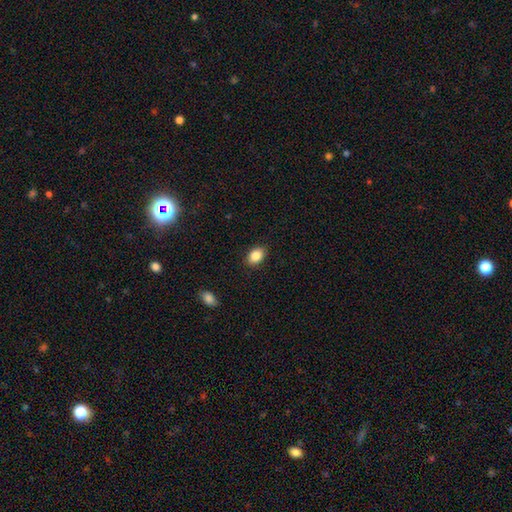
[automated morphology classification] Q: Smooth or featured?
A: smooth (86%); runner-up: star or artifact (8%)
Q: How rounded?
A: in between (82%); runner-up: round (17%)
Q: Merging?
A: none (88%); runner-up: minor disturbance (9%)